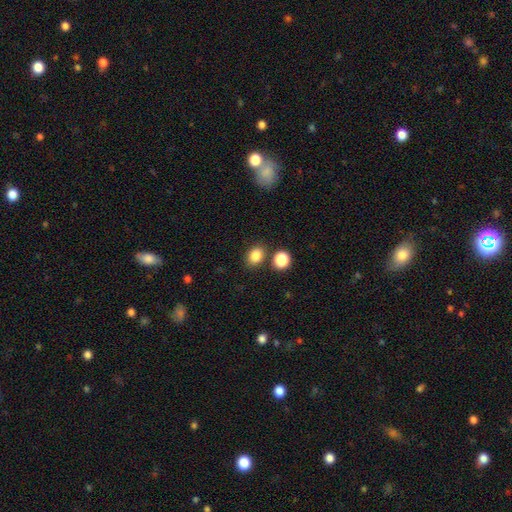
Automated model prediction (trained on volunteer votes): A smooth galaxy with no disk features (84%) that is in between round and cigar-shaped (51%).

Vote fractions:
- Smooth or featured? smooth: 84% / star or artifact: 11% / featured or disk: 5%
- How rounded? in between: 51% / round: 48% / cigar-shaped: 1%
- Merging? none: 77% / minor disturbance: 10% / merger: 9% / major disturbance: 3%